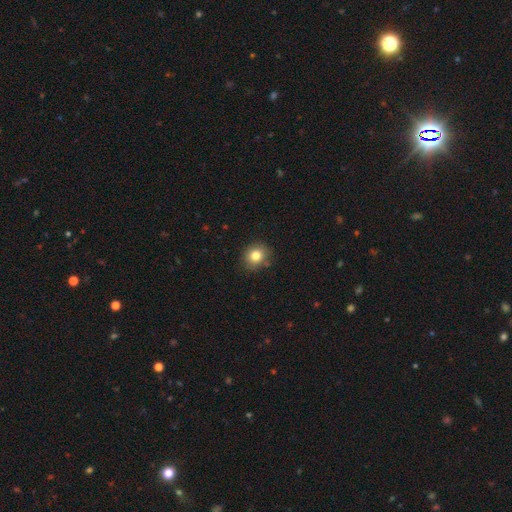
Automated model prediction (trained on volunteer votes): Smooth or featured? Predicted: smooth (p=0.81). How rounded? Predicted: round (p=0.77). Merging? Predicted: none (p=0.83).